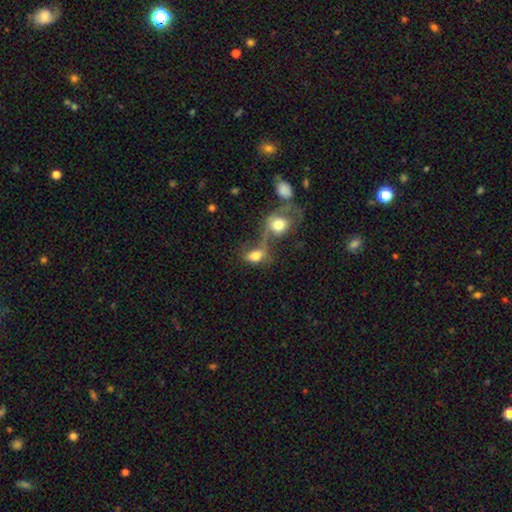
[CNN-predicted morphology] type=smooth (73%); roundness=in between (76%); merging=merger (53%).